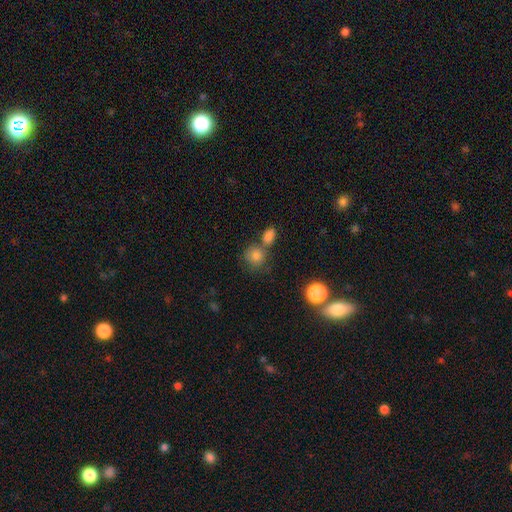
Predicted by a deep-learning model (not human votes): smooth-or-featured: smooth: 81% | star or artifact: 11% | featured or disk: 8%
  how-rounded: round: 78% | in between: 20% | cigar-shaped: 1%
  merging: none: 51% | merger: 33% | minor disturbance: 12% | major disturbance: 5%